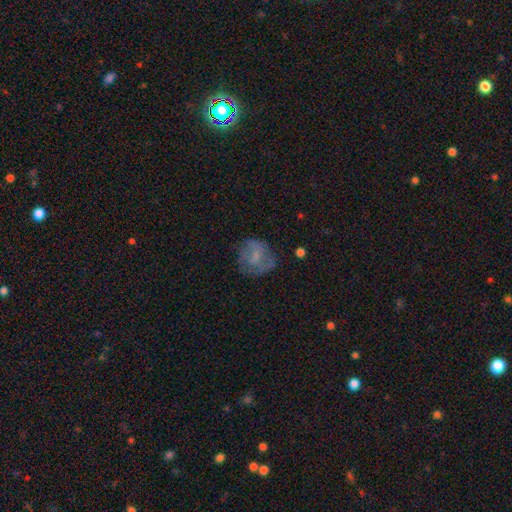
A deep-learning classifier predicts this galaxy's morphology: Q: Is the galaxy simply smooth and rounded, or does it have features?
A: smooth — 51%.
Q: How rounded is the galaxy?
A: round — 76%.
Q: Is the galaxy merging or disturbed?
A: none — 60%.